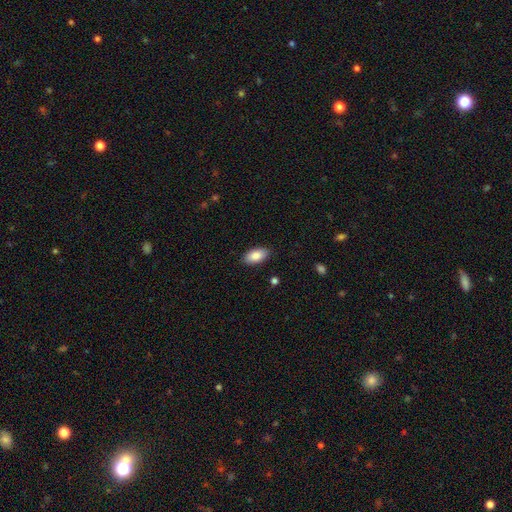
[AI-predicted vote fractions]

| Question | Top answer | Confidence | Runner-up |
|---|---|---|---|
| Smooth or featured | smooth | 87% | star or artifact (7%) |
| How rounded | in between | 94% | cigar-shaped (4%) |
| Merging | none | 88% | minor disturbance (9%) |